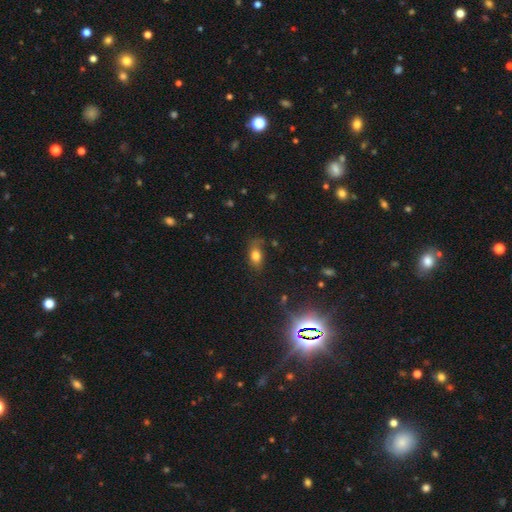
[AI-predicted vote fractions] smooth_or_featured: smooth (p=0.79) [alt: star or artifact p=0.11]
how_rounded: in between (p=0.82) [alt: round p=0.14]
merging: none (p=0.66) [alt: minor disturbance p=0.24]